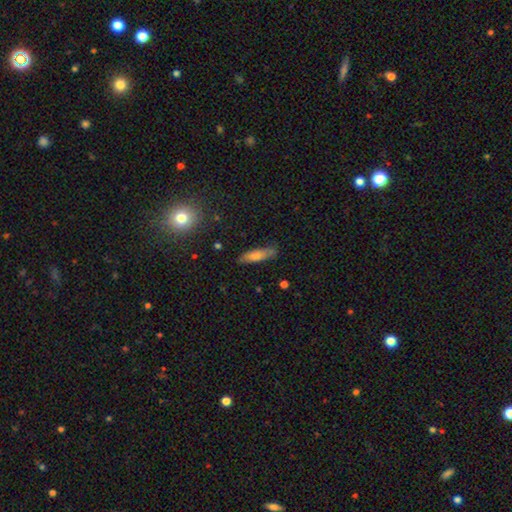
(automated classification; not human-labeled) The model was most divided on "smooth or featured": smooth: 67%, featured or disk: 24%, star or artifact: 9%. More confident: merging — none (80%); how rounded — cigar-shaped (71%).